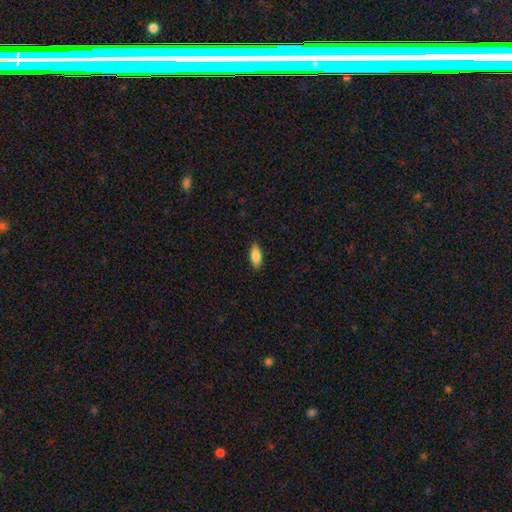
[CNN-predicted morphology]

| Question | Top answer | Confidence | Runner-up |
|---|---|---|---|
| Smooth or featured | smooth | 82% | featured or disk (11%) |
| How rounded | in between | 81% | cigar-shaped (16%) |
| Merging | none | 88% | minor disturbance (10%) |